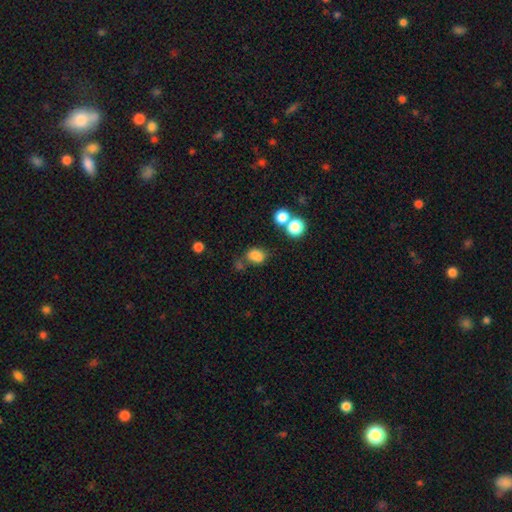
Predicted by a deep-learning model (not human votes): Smooth or featured? smooth (78%)
How rounded? in between (59%)
Merging? none (51%)